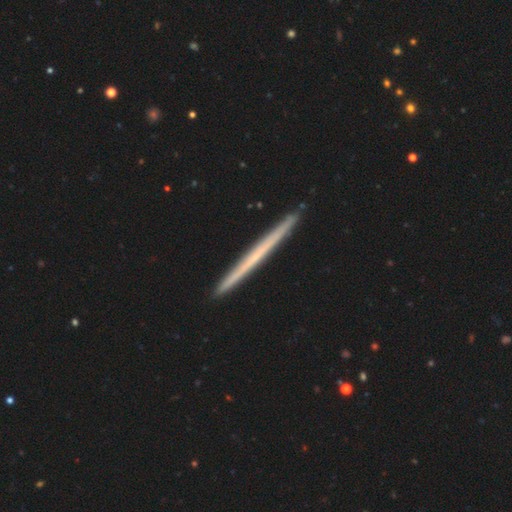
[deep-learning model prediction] Smooth or featured? featured or disk (58%)
Edge-on disk? yes (98%)
Edge-on bulge? none (91%)
Merging? none (92%)